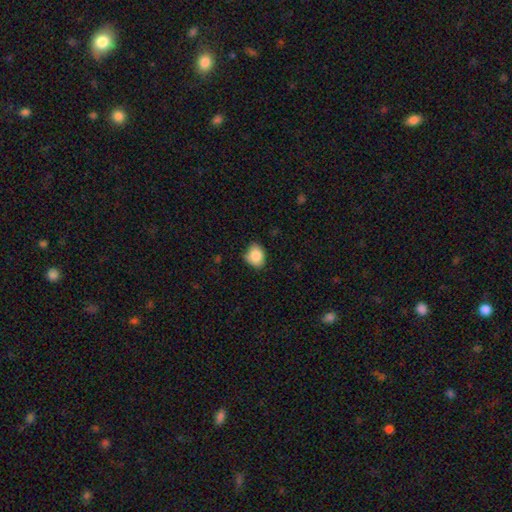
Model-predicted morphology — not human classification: Smooth or featured? smooth (86%)
How rounded? round (51%)
Merging? none (68%)